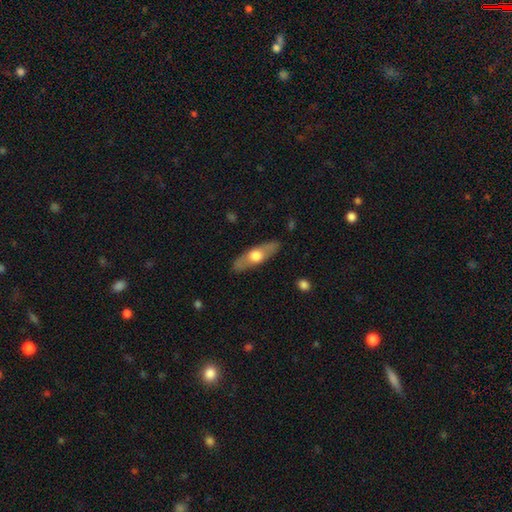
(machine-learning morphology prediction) smooth-or-featured: smooth: 48% | featured or disk: 47% | star or artifact: 5%
  merging: none: 86% | minor disturbance: 10% | major disturbance: 2% | merger: 1%